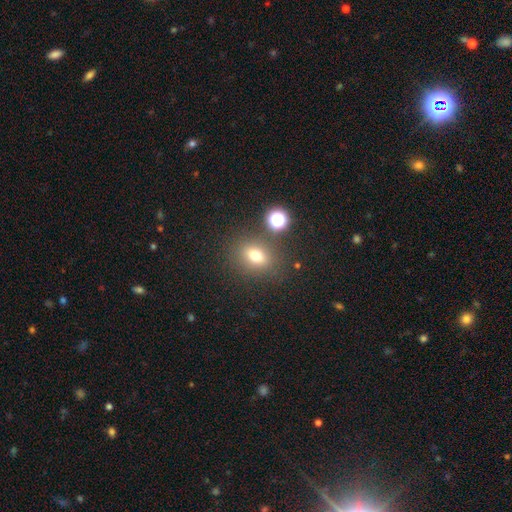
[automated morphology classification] Q: Smooth or featured?
A: smooth (72%); runner-up: star or artifact (16%)
Q: How rounded?
A: in between (54%); runner-up: round (44%)
Q: Merging?
A: none (78%); runner-up: minor disturbance (11%)